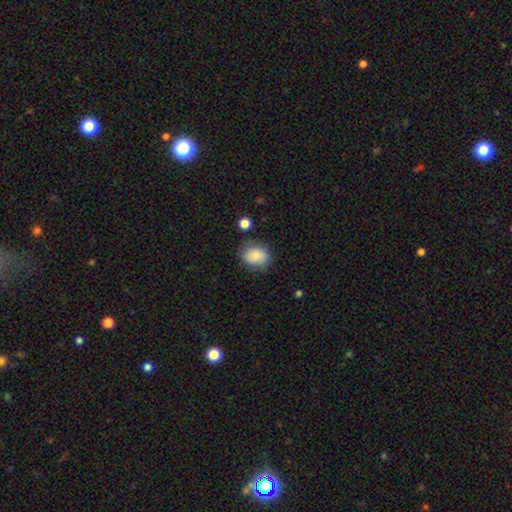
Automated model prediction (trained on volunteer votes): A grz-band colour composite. It shows a smooth galaxy with no disk features (83%) that is in between round and cigar-shaped (51%). Merging: none (75%).